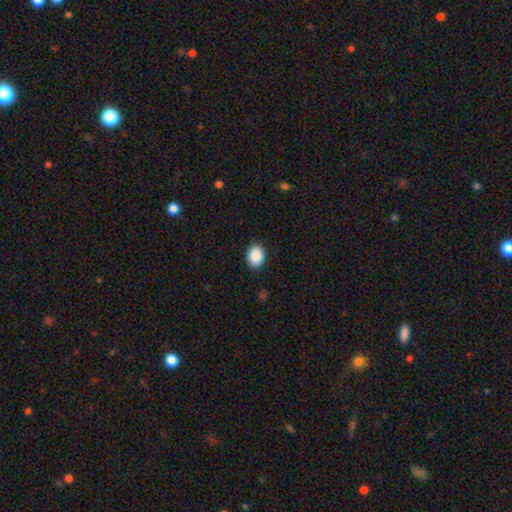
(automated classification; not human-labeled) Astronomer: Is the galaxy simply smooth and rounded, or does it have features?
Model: smooth — 90%.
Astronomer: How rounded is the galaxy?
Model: in between — 69%.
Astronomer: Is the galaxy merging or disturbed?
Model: none — 90%.